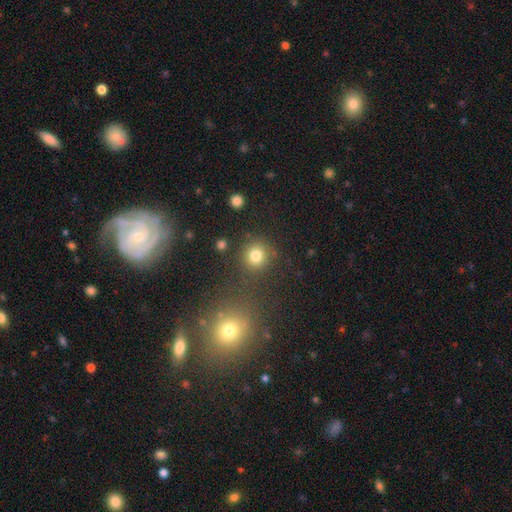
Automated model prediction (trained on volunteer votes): Smooth or featured?
  - smooth: 80% *
  - star or artifact: 14%
  - featured or disk: 6%
How rounded?
  - round: 91% *
  - in between: 8%
  - cigar-shaped: 1%
Merging?
  - none: 82% *
  - minor disturbance: 8%
  - merger: 6%
  - major disturbance: 4%